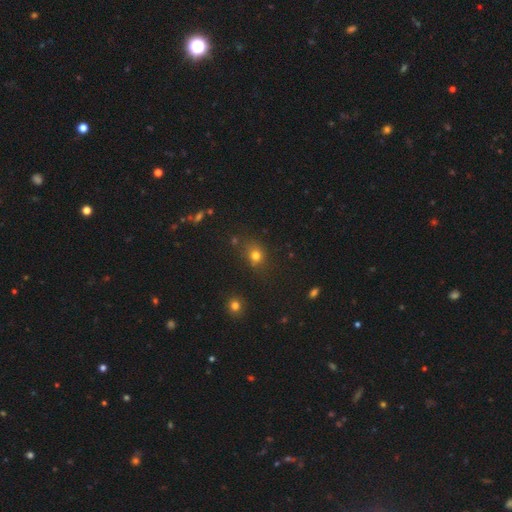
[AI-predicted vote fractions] Smooth or featured?
  - smooth: 74% *
  - star or artifact: 19%
  - featured or disk: 8%
How rounded?
  - round: 69% *
  - in between: 30%
  - cigar-shaped: 1%
Merging?
  - none: 74% *
  - minor disturbance: 15%
  - major disturbance: 5%
  - merger: 5%